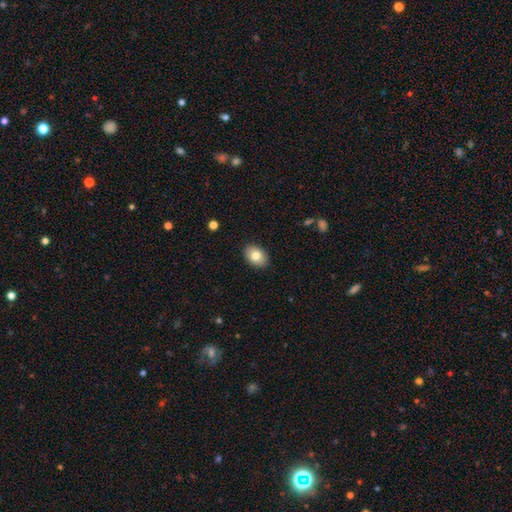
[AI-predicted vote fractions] A smooth galaxy with no disk features (81%) that is in between round and cigar-shaped (78%).

Vote fractions:
- Smooth or featured? smooth: 81% / featured or disk: 11% / star or artifact: 8%
- How rounded? in between: 78% / round: 21% / cigar-shaped: 1%
- Merging? none: 89% / minor disturbance: 8% / major disturbance: 2% / merger: 1%